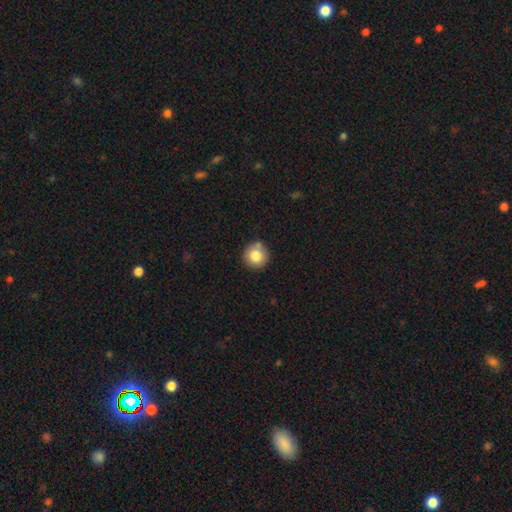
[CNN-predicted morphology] Smooth or featured? smooth (81%)
How rounded? round (93%)
Merging? none (76%)